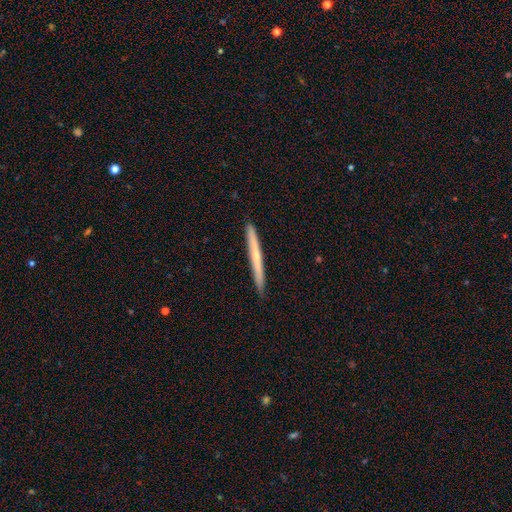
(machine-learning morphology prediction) A smooth galaxy with no disk features (49%). Merging: none (92%).